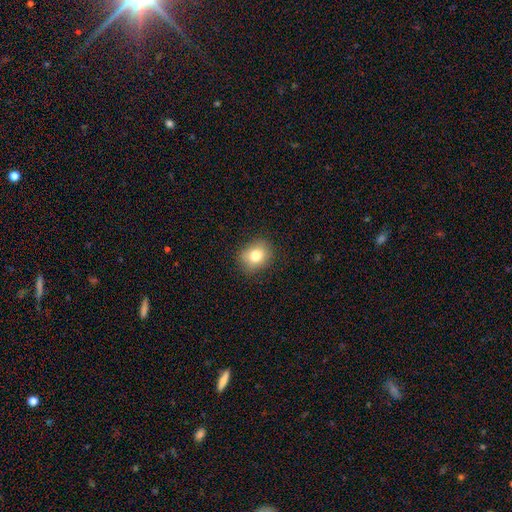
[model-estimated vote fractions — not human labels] A smooth galaxy with no disk features (80%) that is round (57%).

Vote fractions:
- Smooth or featured? smooth: 80% / star or artifact: 10% / featured or disk: 10%
- How rounded? round: 57% / in between: 42% / cigar-shaped: 1%
- Merging? none: 85% / minor disturbance: 11% / major disturbance: 3% / merger: 1%